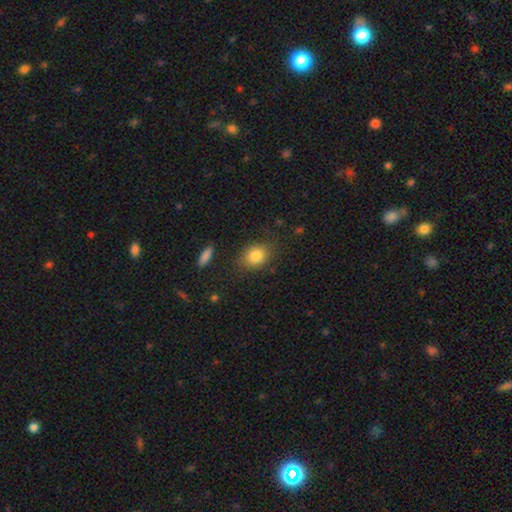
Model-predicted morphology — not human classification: A smooth galaxy with no disk features (84%) that is round (50%).

Vote fractions:
- Smooth or featured? smooth: 84% / star or artifact: 9% / featured or disk: 7%
- How rounded? round: 50% / in between: 49% / cigar-shaped: 1%
- Merging? none: 79% / minor disturbance: 14% / major disturbance: 5% / merger: 2%